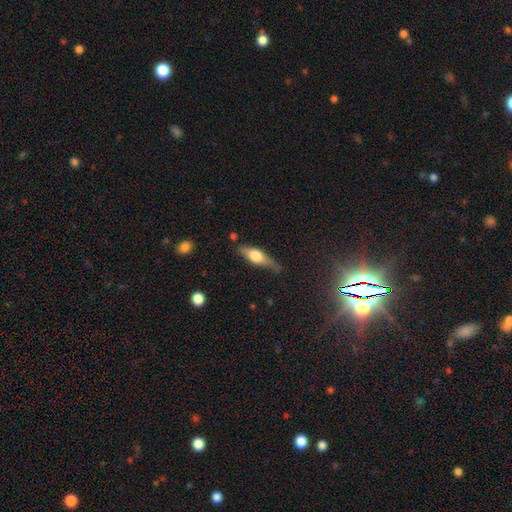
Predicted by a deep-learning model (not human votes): Q: Smooth or featured?
A: smooth (47%); runner-up: featured or disk (46%)
Q: Merging?
A: none (67%); runner-up: minor disturbance (24%)